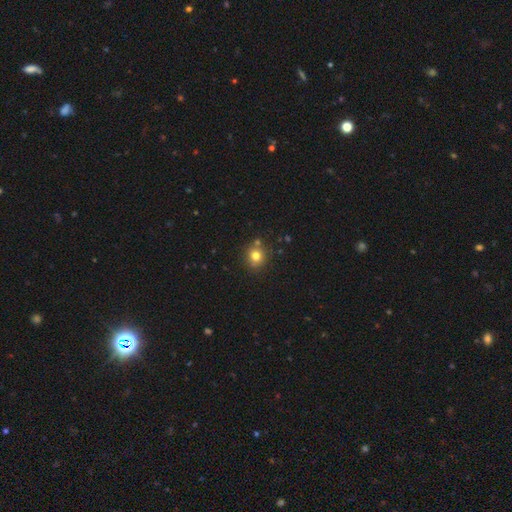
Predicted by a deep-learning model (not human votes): Smooth or featured?
  - smooth: 77% *
  - star or artifact: 14%
  - featured or disk: 9%
How rounded?
  - round: 84% *
  - in between: 15%
  - cigar-shaped: 1%
Merging?
  - none: 78% *
  - minor disturbance: 11%
  - merger: 9%
  - major disturbance: 3%